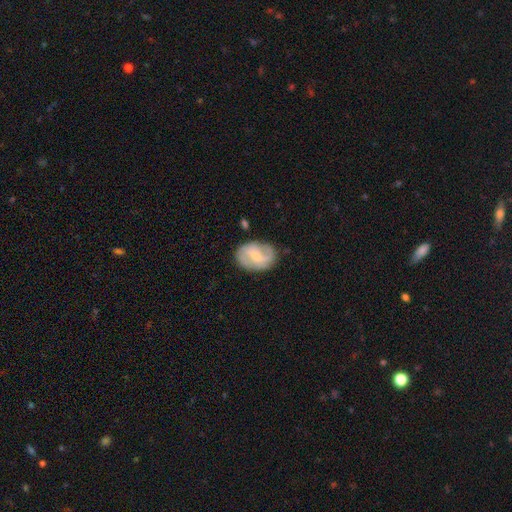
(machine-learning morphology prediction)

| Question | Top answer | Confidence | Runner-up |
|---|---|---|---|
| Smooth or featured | featured or disk | 66% | smooth (28%) |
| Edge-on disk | no | 97% | yes (3%) |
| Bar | weak | 50% | no (34%) |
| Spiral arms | yes | 84% | no (16%) |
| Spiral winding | medium | 42% | loose (38%) |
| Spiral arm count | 2 | 70% | can't tell (16%) |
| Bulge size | small | 54% | moderate (40%) |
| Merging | none | 73% | minor disturbance (19%) |